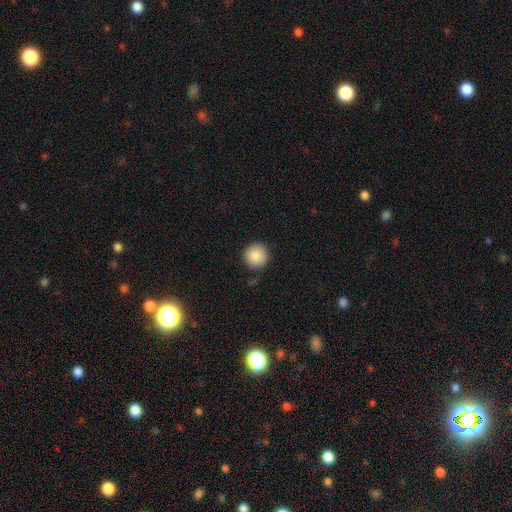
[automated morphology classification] This appears to be a smooth galaxy with no disk features (88%) that is round (96%). Merging: none (91%).